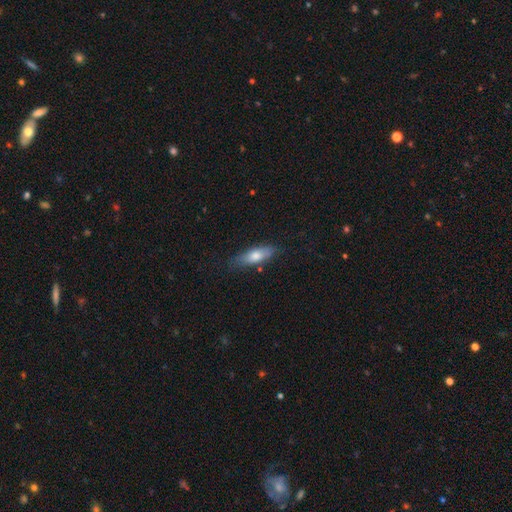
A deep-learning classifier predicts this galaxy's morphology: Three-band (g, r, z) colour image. It shows a smooth galaxy with no disk features (68%) that is in between round and cigar-shaped (54%). Merging: none (77%).